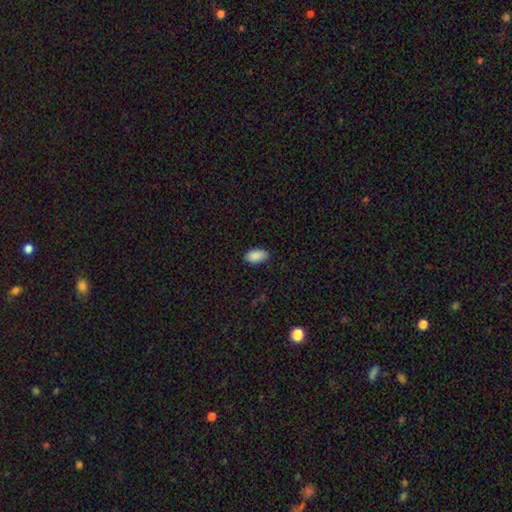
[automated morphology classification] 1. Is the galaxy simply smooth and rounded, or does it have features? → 90% smooth, 7% star or artifact, 3% featured or disk.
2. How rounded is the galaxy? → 94% in between, 3% round, 3% cigar-shaped.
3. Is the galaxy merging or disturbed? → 84% none, 13% minor disturbance, 2% major disturbance, 1% merger.